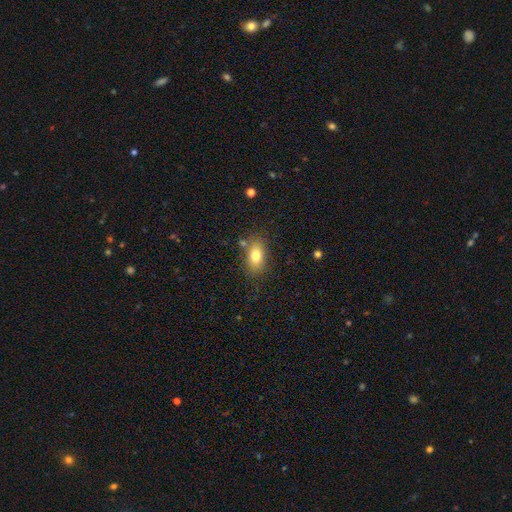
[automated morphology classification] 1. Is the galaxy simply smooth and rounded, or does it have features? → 79% smooth, 12% featured or disk, 9% star or artifact.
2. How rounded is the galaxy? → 86% in between, 11% round, 3% cigar-shaped.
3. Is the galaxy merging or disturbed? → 77% none, 14% minor disturbance, 5% merger, 4% major disturbance.